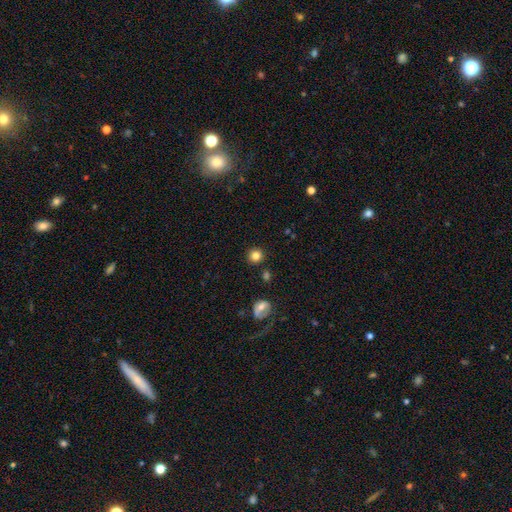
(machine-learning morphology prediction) Overall: smooth (81%). How rounded: round (93%). Merging: none (88%).